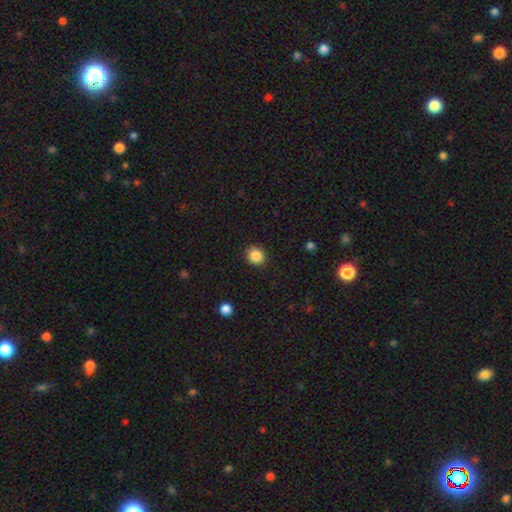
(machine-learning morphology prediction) Q: Smooth or featured?
A: smooth (87%); runner-up: star or artifact (9%)
Q: How rounded?
A: round (81%); runner-up: in between (18%)
Q: Merging?
A: none (89%); runner-up: minor disturbance (8%)